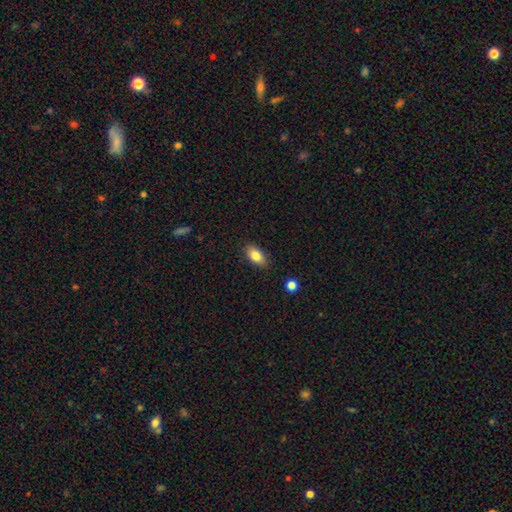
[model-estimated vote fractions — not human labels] Morphology: type=smooth (83%); roundness=in between (90%); merging=none (87%).